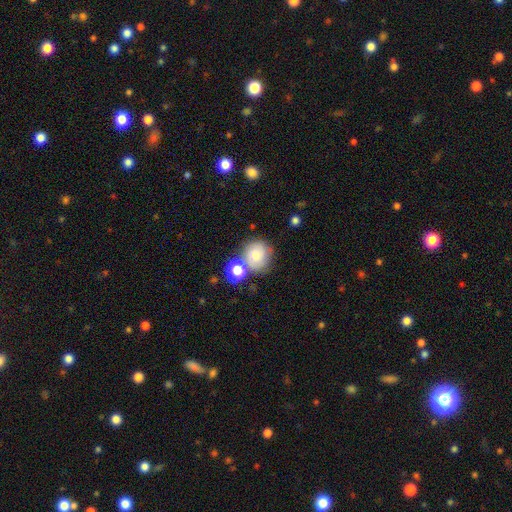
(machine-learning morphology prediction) smooth-or-featured: smooth: 69% | featured or disk: 18% | star or artifact: 12%
  how-rounded: round: 86% | in between: 13% | cigar-shaped: 1%
  merging: none: 54% | merger: 25% | minor disturbance: 15% | major disturbance: 6%